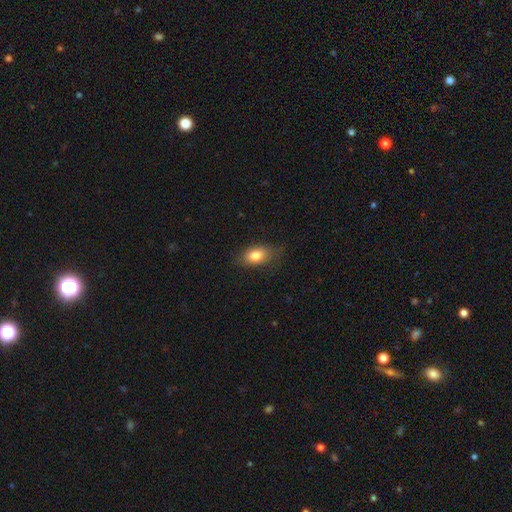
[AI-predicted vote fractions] The model was most divided on "merging": none: 77%, minor disturbance: 18%, major disturbance: 4%, merger: 1%. More confident: how rounded — in between (86%); smooth or featured — smooth (82%).